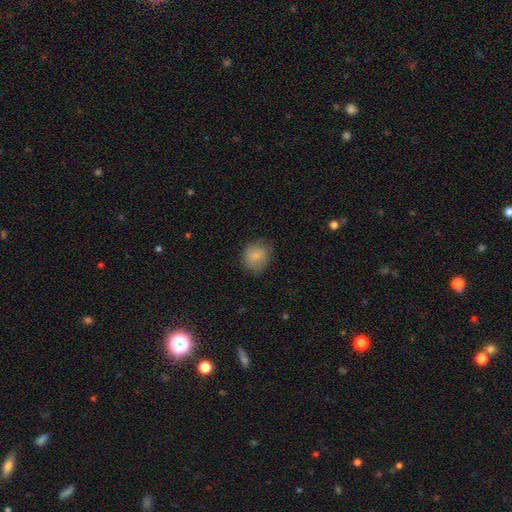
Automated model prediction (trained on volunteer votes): Smooth or featured? smooth (81%)
How rounded? round (73%)
Merging? none (70%)